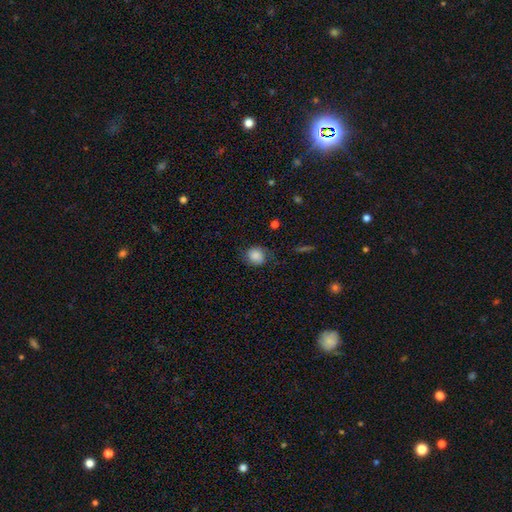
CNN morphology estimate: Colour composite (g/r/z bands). It shows a smooth galaxy with no disk features (78%) that is round (72%). Merging: none (69%).